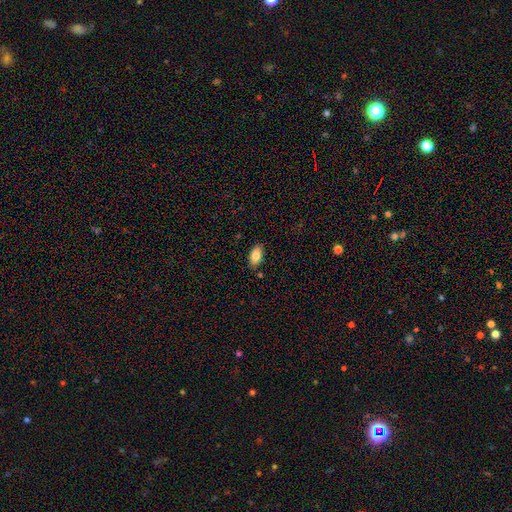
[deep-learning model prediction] The model was most divided on "merging": none: 85%, minor disturbance: 11%, merger: 2%, major disturbance: 2%. More confident: how rounded — in between (92%); smooth or featured — smooth (84%).